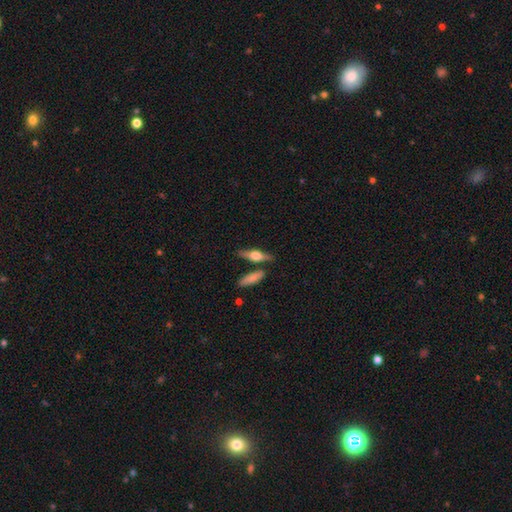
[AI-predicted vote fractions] This appears to be a featured or disk galaxy (50%) viewed edge-on (93%). Merging: none (75%).